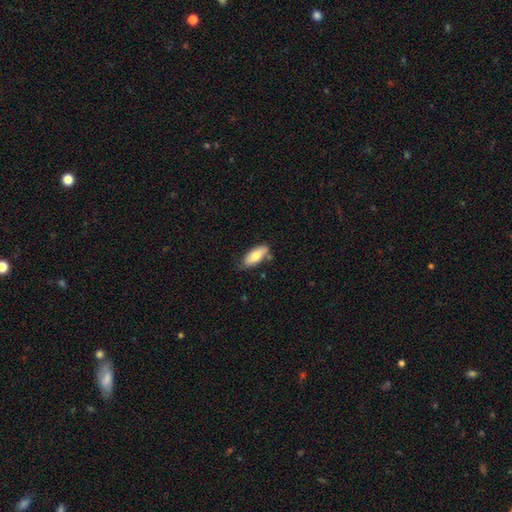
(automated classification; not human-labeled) Smooth or featured: smooth — 76% (featured or disk — 18%)
How rounded: in between — 77% (cigar-shaped — 21%)
Merging: none — 73% (minor disturbance — 20%)